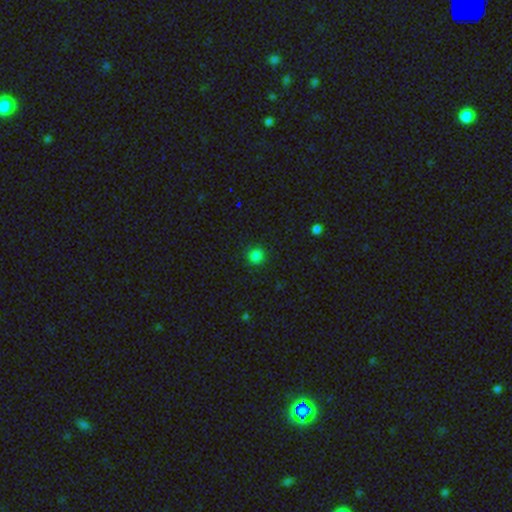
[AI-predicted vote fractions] The model was most divided on "smooth or featured": smooth: 83%, star or artifact: 14%, featured or disk: 3%. More confident: how rounded — round (93%); merging — none (90%).